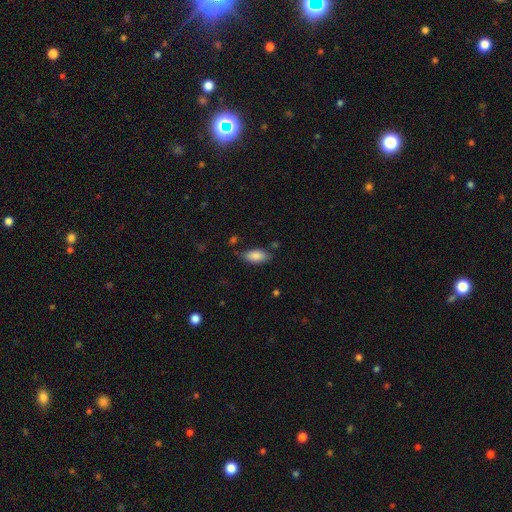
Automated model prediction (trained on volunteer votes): This is clearly a smooth galaxy (88%). How rounded: clearly in between (91%). Merging: likely none (79%).